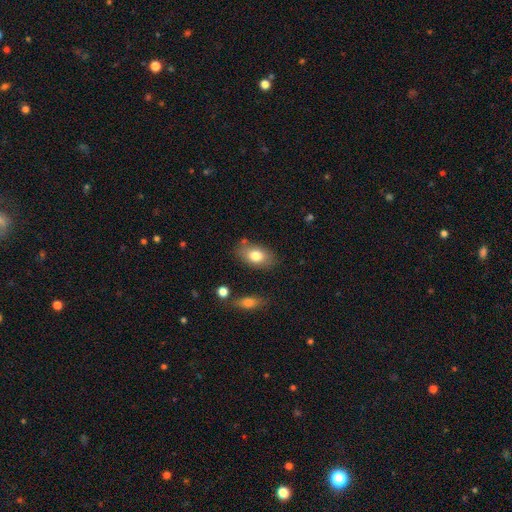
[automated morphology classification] smooth-or-featured: smooth: 79% | featured or disk: 14% | star or artifact: 7%
  how-rounded: in between: 89% | round: 9% | cigar-shaped: 2%
  merging: none: 77% | minor disturbance: 15% | major disturbance: 4% | merger: 4%